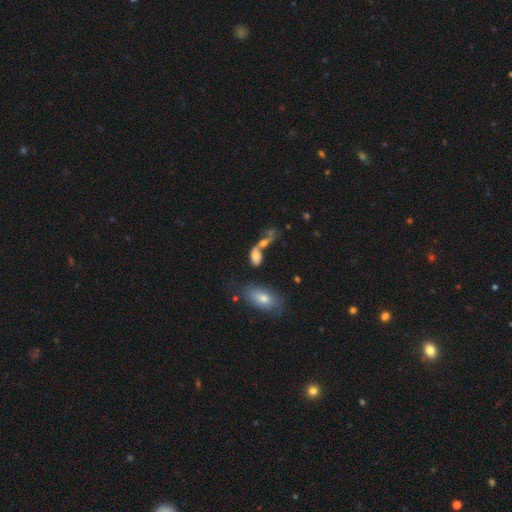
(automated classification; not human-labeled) Morphology: type=smooth (63%); roundness=in between (83%); merging=merger (56%).